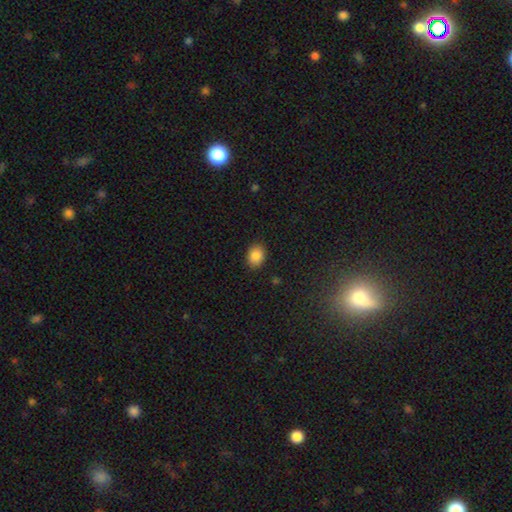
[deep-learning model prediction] This is clearly a smooth galaxy (87%). How rounded: likely in between (64%). Merging: clearly none (88%).